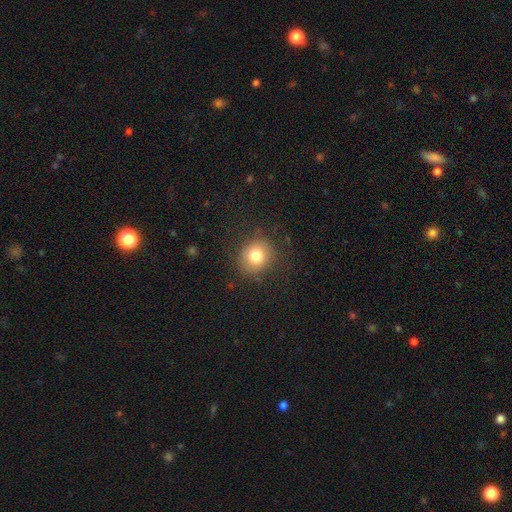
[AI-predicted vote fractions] Smooth or featured?
  - smooth: 78% *
  - star or artifact: 11%
  - featured or disk: 10%
How rounded?
  - round: 81% *
  - in between: 18%
  - cigar-shaped: 1%
Merging?
  - none: 84% *
  - minor disturbance: 11%
  - major disturbance: 5%
  - merger: 1%